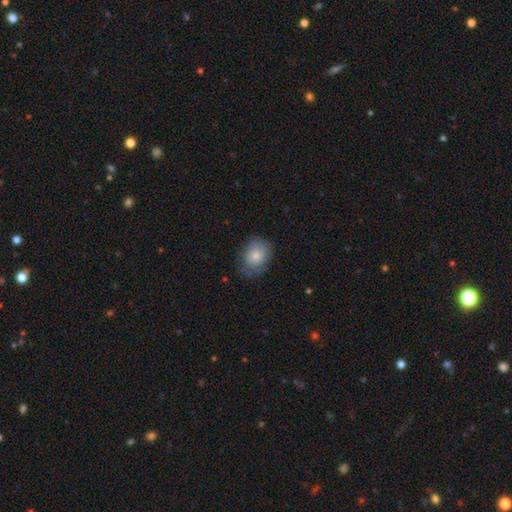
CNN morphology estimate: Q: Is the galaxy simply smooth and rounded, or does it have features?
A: smooth — 76%.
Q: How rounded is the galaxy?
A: in between — 52%.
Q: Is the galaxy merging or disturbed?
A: none — 65%.